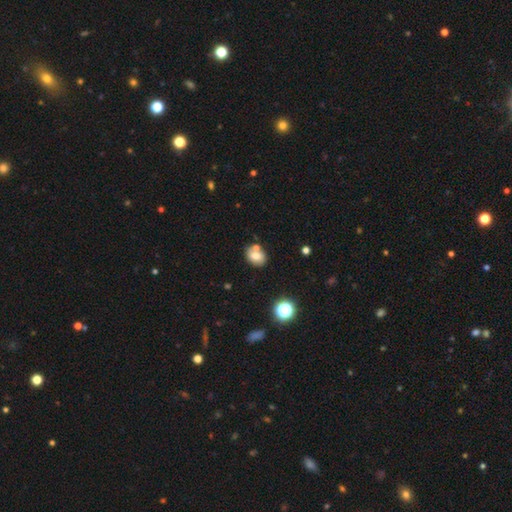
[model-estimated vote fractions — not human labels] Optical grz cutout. It shows a smooth galaxy with no disk features (72%) that is in between round and cigar-shaped (55%). Merging: none (59%).